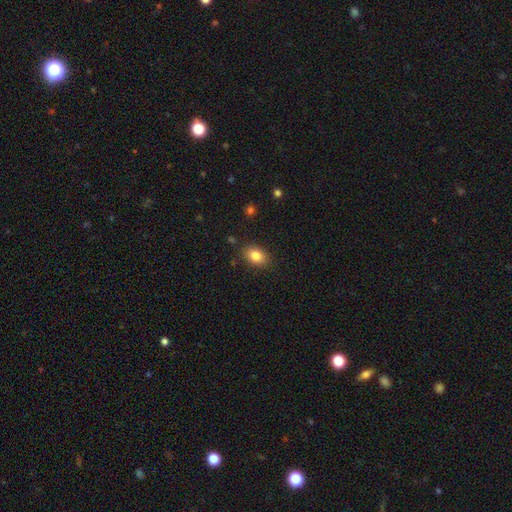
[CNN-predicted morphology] Smooth or featured?
  - smooth: 84% *
  - star or artifact: 9%
  - featured or disk: 7%
How rounded?
  - in between: 77% *
  - round: 22%
  - cigar-shaped: 1%
Merging?
  - none: 85% *
  - minor disturbance: 11%
  - major disturbance: 3%
  - merger: 1%